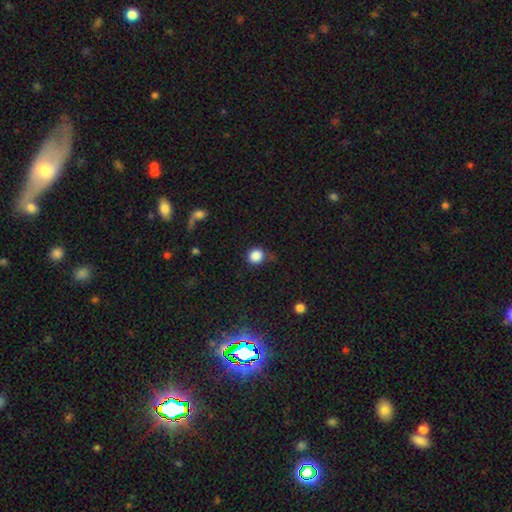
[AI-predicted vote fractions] A smooth galaxy with no disk features (86%) that is round (87%).

Vote fractions:
- Smooth or featured? smooth: 86% / star or artifact: 10% / featured or disk: 3%
- How rounded? round: 87% / in between: 12% / cigar-shaped: 1%
- Merging? none: 80% / minor disturbance: 13% / major disturbance: 4% / merger: 3%